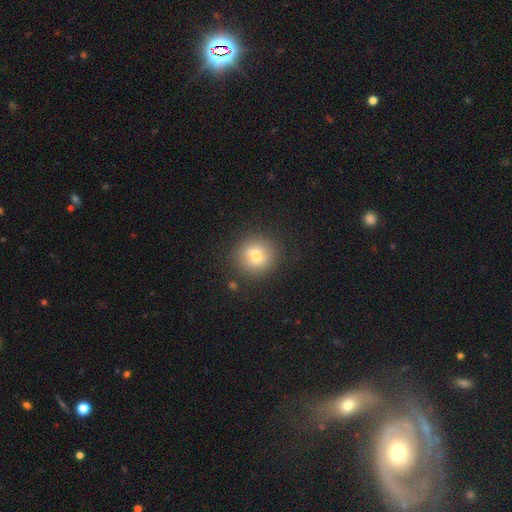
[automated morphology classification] Q: Smooth or featured?
A: smooth (72%); runner-up: featured or disk (16%)
Q: How rounded?
A: round (89%); runner-up: in between (10%)
Q: Merging?
A: none (85%); runner-up: minor disturbance (9%)